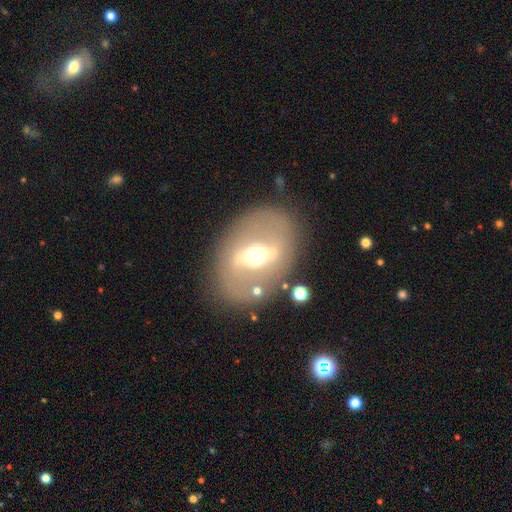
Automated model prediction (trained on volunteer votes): smooth_or_featured: featured or disk (p=0.70) [alt: smooth p=0.23]
disk_edge_on: no (p=0.80) [alt: yes p=0.20]
bar: strong (p=0.66) [alt: weak p=0.24]
has_spiral_arms: no (p=0.84) [alt: yes p=0.16]
bulge_size: moderate (p=0.66) [alt: large p=0.22]
merging: none (p=0.80) [alt: minor disturbance p=0.11]